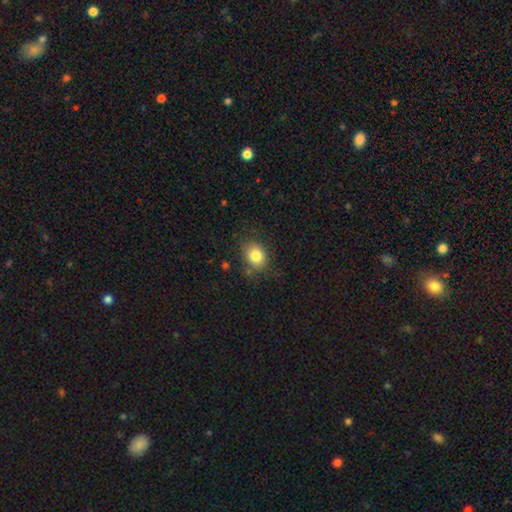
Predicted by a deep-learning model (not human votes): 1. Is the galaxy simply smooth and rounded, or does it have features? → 81% smooth, 10% star or artifact, 9% featured or disk.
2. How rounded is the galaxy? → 52% in between, 47% round, 1% cigar-shaped.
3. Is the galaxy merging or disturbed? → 77% none, 16% minor disturbance, 5% major disturbance, 2% merger.